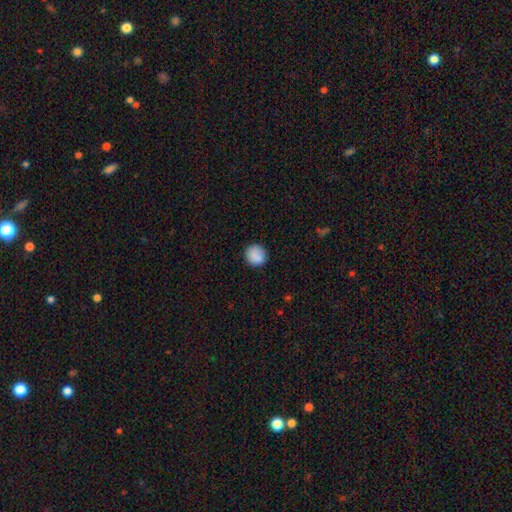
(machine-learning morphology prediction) type=smooth (88%); roundness=round (89%); merging=none (86%).